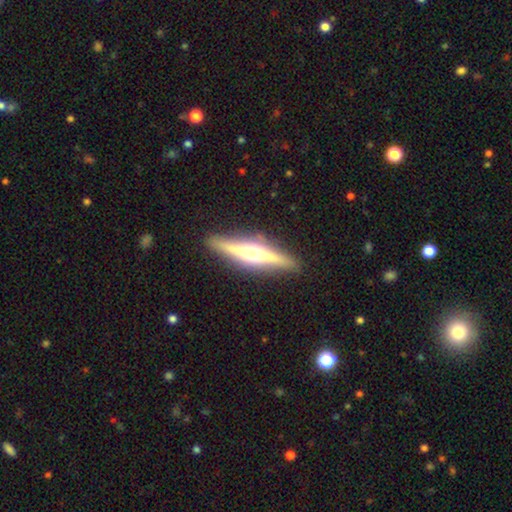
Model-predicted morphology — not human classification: Smooth or featured? featured or disk (69%)
Edge-on disk? yes (95%)
Edge-on bulge? rounded (92%)
Merging? none (89%)